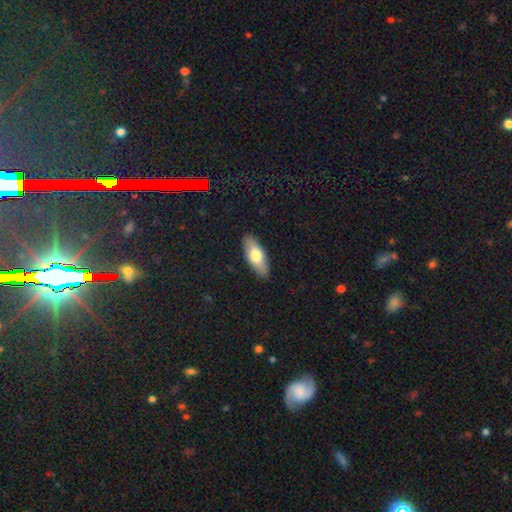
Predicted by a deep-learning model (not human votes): smooth 68%, featured or disk 27%, star or artifact 5%. Down the decision tree: how rounded — in between (76%); merging — none (89%).